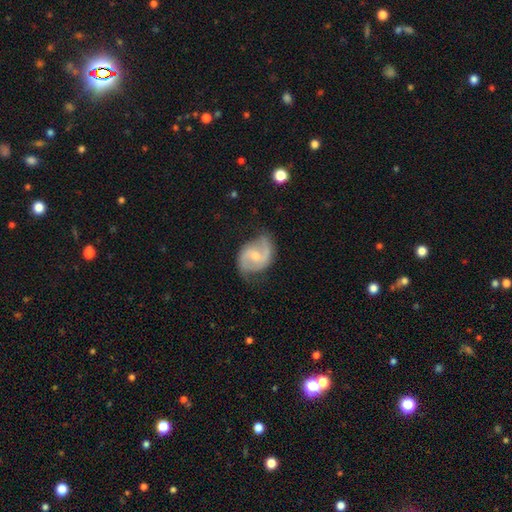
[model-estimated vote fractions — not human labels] smooth_or_featured: featured or disk (p=0.84) [alt: smooth p=0.11]
disk_edge_on: no (p=0.98) [alt: yes p=0.02]
bar: weak (p=0.48) [alt: no p=0.37]
has_spiral_arms: yes (p=0.95) [alt: no p=0.05]
spiral_winding: medium (p=0.49) [alt: loose p=0.34]
spiral_arm_count: 2 (p=0.90) [alt: can't tell p=0.04]
bulge_size: small (p=0.49) [alt: moderate p=0.47]
merging: none (p=0.70) [alt: minor disturbance p=0.21]